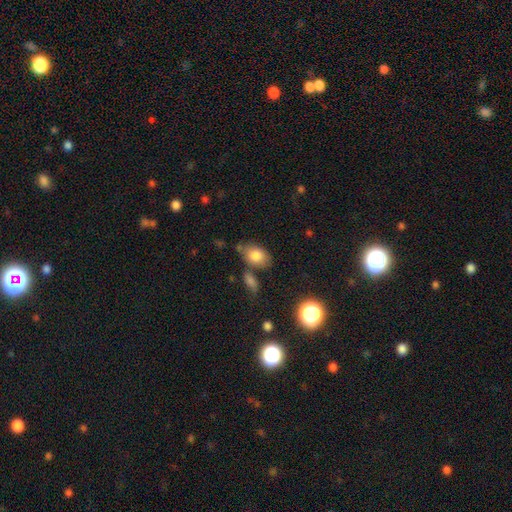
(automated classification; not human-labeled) Morphology: type=smooth (80%); roundness=in between (76%); merging=none (60%).